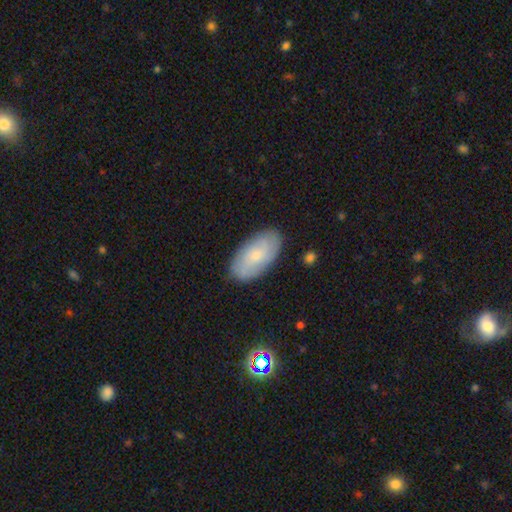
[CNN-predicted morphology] Smooth or featured: smooth — 55% (featured or disk — 37%)
How rounded: in between — 93% (cigar-shaped — 3%)
Merging: none — 84% (minor disturbance — 12%)